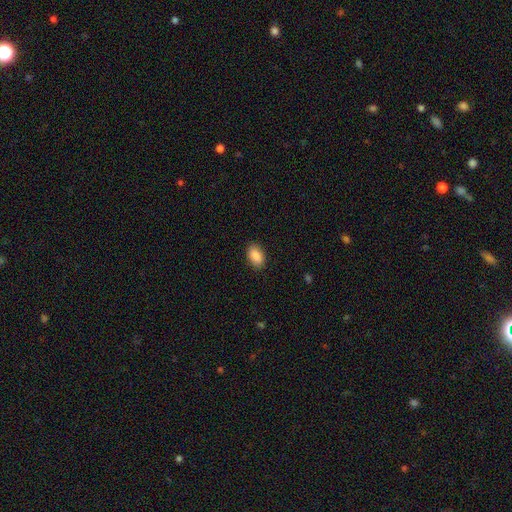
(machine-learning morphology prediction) Overall: smooth (89%). How rounded: in between (91%). Merging: none (87%).